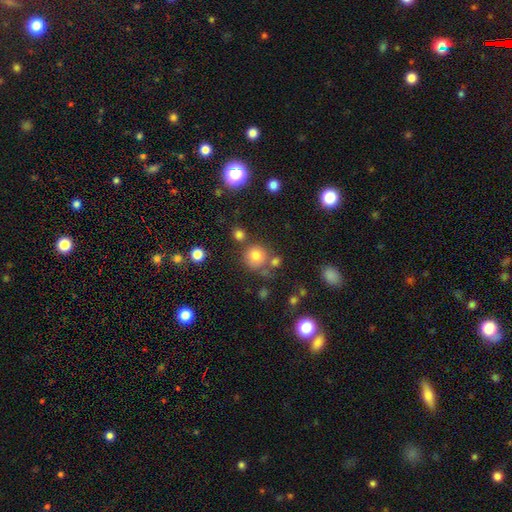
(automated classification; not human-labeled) Q: Smooth or featured?
A: smooth (76%); runner-up: star or artifact (15%)
Q: How rounded?
A: round (90%); runner-up: in between (9%)
Q: Merging?
A: none (65%); runner-up: merger (17%)